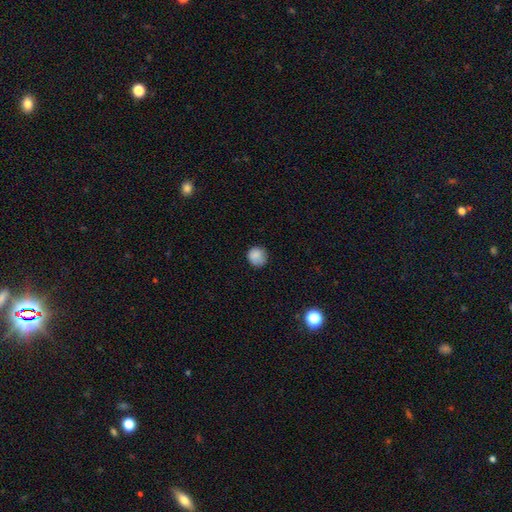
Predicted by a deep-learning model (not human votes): Q: Smooth or featured?
A: smooth (86%); runner-up: star or artifact (9%)
Q: How rounded?
A: round (91%); runner-up: in between (8%)
Q: Merging?
A: none (78%); runner-up: minor disturbance (17%)